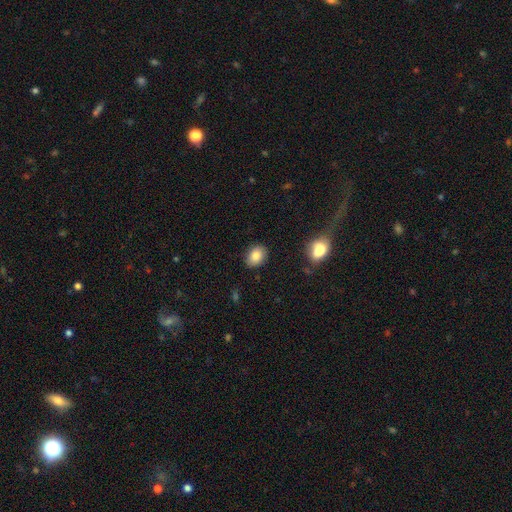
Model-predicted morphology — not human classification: Smooth or featured? Predicted: smooth (p=0.85). How rounded? Predicted: in between (p=0.66). Merging? Predicted: none (p=0.86).